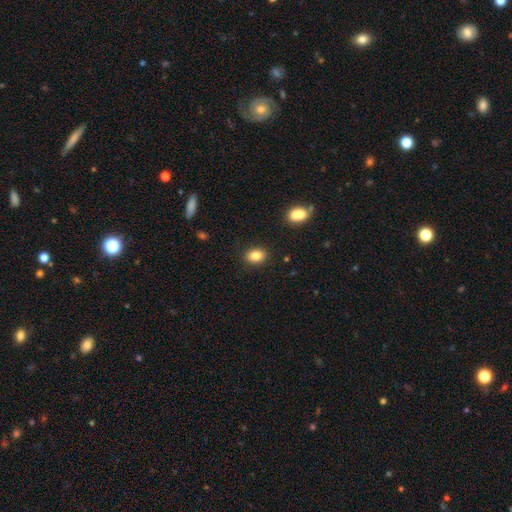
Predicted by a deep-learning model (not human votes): Smooth or featured? Predicted: smooth (p=0.85). How rounded? Predicted: in between (p=0.75). Merging? Predicted: none (p=0.88).